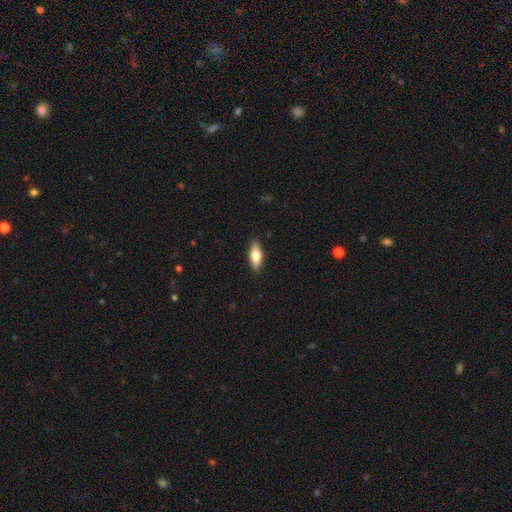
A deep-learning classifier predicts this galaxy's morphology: The model was most divided on "how rounded": in between: 65%, cigar-shaped: 32%, round: 3%. More confident: merging — none (89%); smooth or featured — smooth (65%).